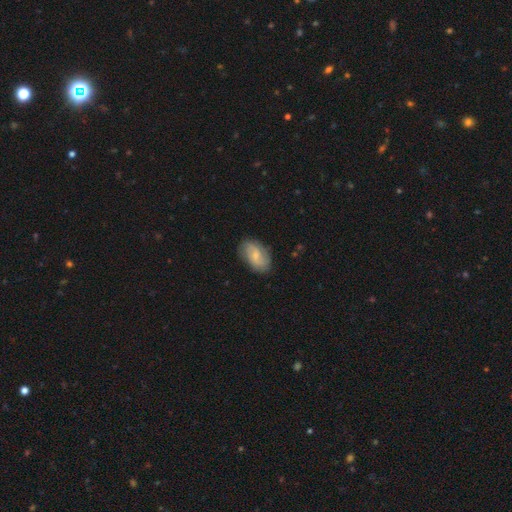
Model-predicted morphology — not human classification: This appears to be a featured or disk galaxy (50%). Merging: none (79%).